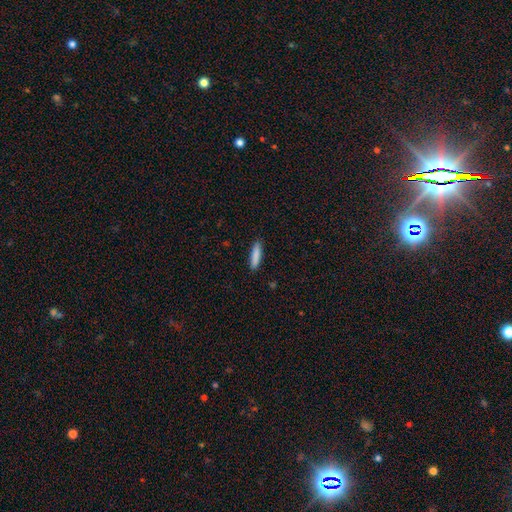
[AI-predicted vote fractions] Smooth or featured: smooth — 87% (featured or disk — 7%)
How rounded: cigar-shaped — 80% (in between — 18%)
Merging: none — 90% (minor disturbance — 7%)